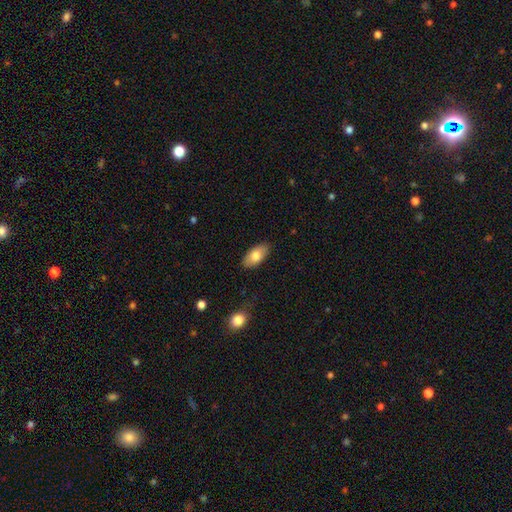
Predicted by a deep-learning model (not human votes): Q: Smooth or featured?
A: smooth (78%); runner-up: featured or disk (16%)
Q: How rounded?
A: in between (93%); runner-up: cigar-shaped (4%)
Q: Merging?
A: none (85%); runner-up: minor disturbance (12%)